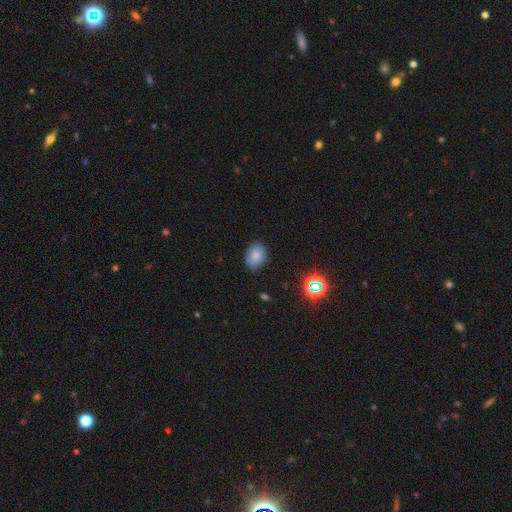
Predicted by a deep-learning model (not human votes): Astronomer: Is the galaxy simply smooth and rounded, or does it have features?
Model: smooth — 81%.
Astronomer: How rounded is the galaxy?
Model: in between — 74%.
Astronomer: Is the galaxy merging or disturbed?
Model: none — 79%.